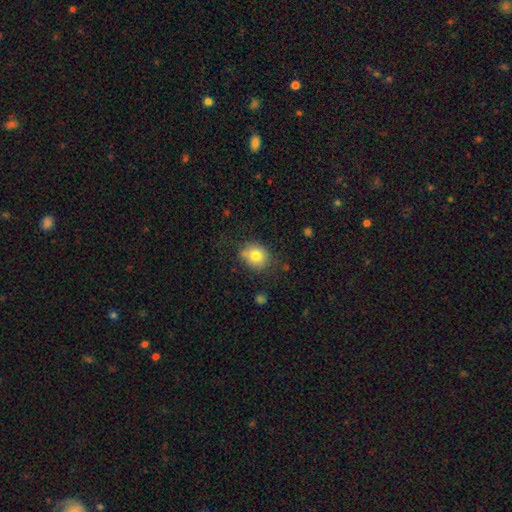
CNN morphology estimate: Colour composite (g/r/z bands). It shows a smooth galaxy with no disk features (78%) that is round (65%). Merging: none (72%).